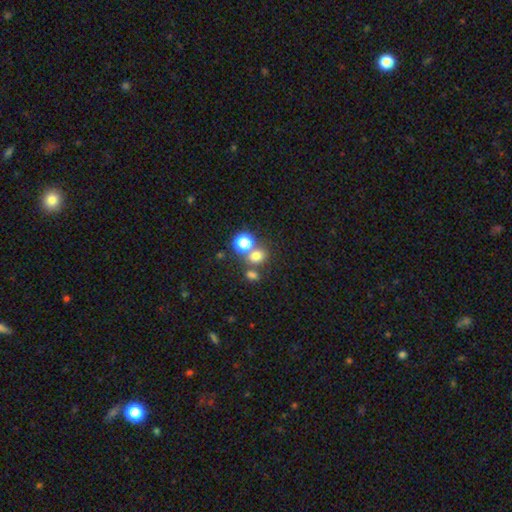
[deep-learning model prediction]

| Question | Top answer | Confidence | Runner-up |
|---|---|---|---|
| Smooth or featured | smooth | 70% | star or artifact (21%) |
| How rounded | round | 60% | in between (39%) |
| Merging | none | 59% | merger (28%) |